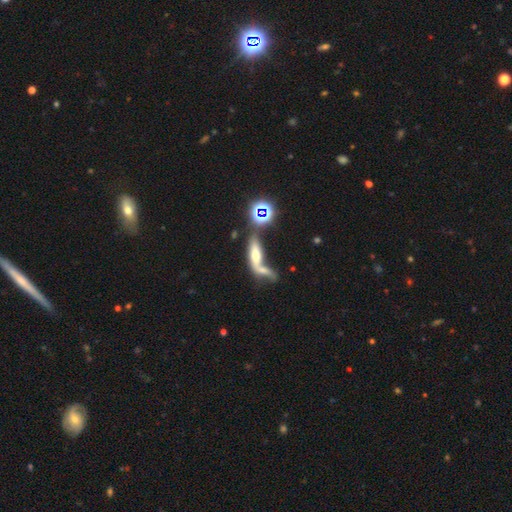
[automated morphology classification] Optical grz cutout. It shows a smooth galaxy with no disk features (44%). Merging: merger (53%).